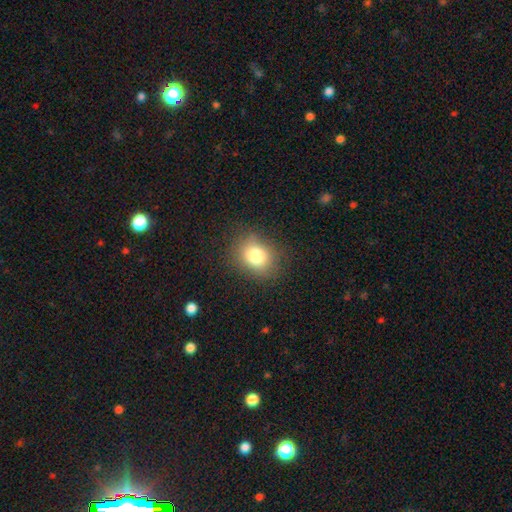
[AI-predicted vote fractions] The model was most divided on "how rounded": round: 59%, in between: 40%, cigar-shaped: 1%. More confident: merging — none (80%); smooth or featured — smooth (79%).